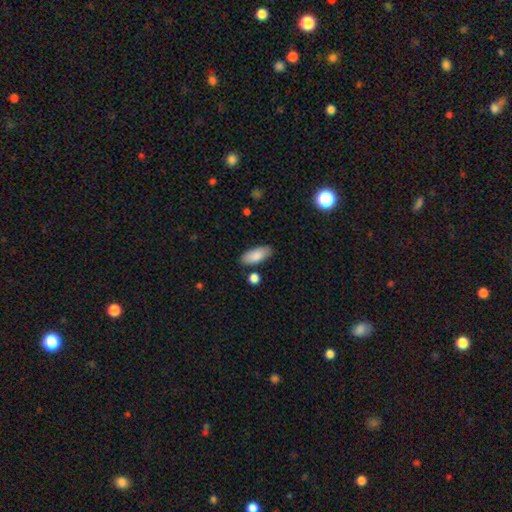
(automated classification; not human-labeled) Smooth or featured? Predicted: smooth (p=0.86). How rounded? Predicted: in between (p=0.83). Merging? Predicted: none (p=0.82).